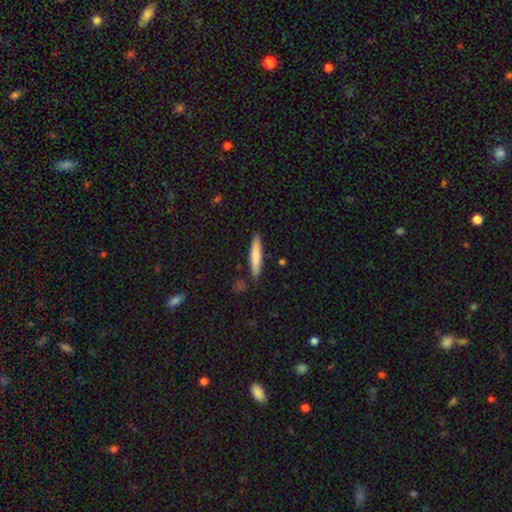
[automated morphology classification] A smooth galaxy with no disk features (78%) that is cigar-shaped (90%). Merging: none (86%).